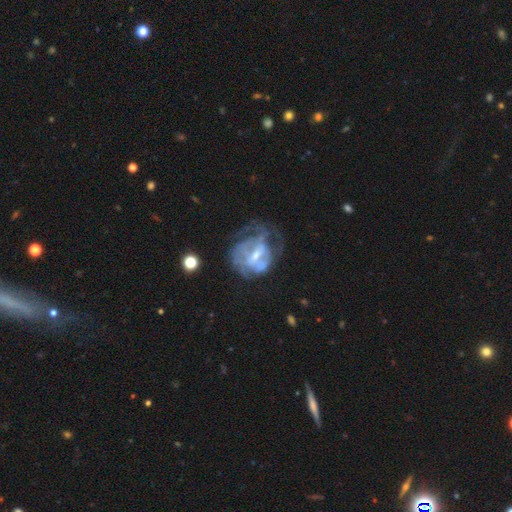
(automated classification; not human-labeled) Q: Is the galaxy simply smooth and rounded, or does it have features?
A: featured or disk — 74%.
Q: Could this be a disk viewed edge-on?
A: no — 97%.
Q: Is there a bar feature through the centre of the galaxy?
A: weak — 47%.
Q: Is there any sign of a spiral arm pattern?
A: yes — 61%.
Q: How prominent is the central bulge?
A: small — 48%.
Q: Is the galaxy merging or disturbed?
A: none — 38%.